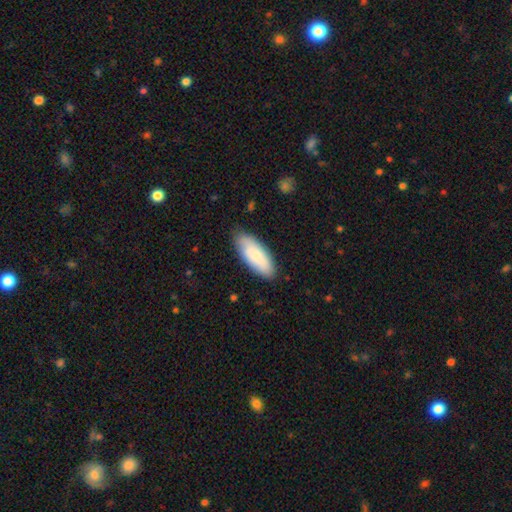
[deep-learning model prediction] A smooth galaxy with no disk features (77%) that is in between round and cigar-shaped (77%).

Vote fractions:
- Smooth or featured? smooth: 77% / featured or disk: 18% / star or artifact: 6%
- How rounded? in between: 77% / cigar-shaped: 21% / round: 2%
- Merging? none: 82% / minor disturbance: 14% / major disturbance: 2% / merger: 1%